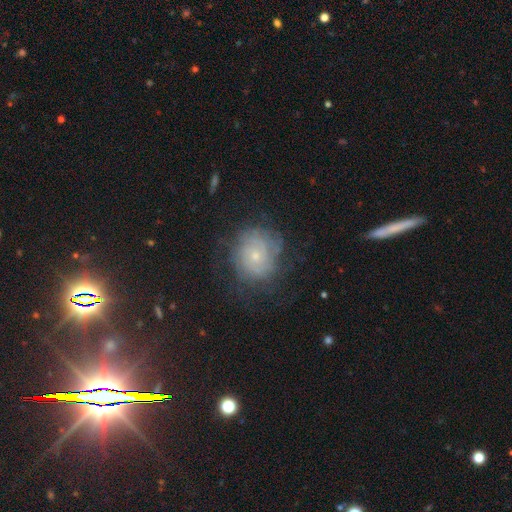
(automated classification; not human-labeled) Overall: featured or disk (55%; smooth 34%). Edge-on disk: no (97%). Bar: no (84%). Spiral arms: yes (79%). Bulge size: small (73%). Merging: none (69%).